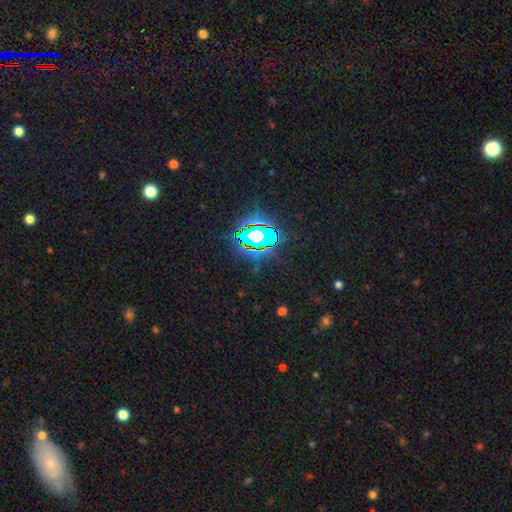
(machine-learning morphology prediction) type=star or artifact (82%).